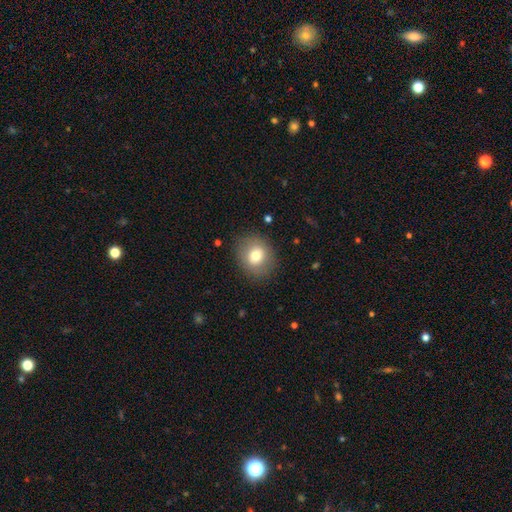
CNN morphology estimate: A smooth galaxy with no disk features (74%) that is round (75%).

Vote fractions:
- Smooth or featured? smooth: 74% / featured or disk: 17% / star or artifact: 9%
- How rounded? round: 75% / in between: 24% / cigar-shaped: 1%
- Merging? none: 85% / minor disturbance: 10% / major disturbance: 4% / merger: 1%